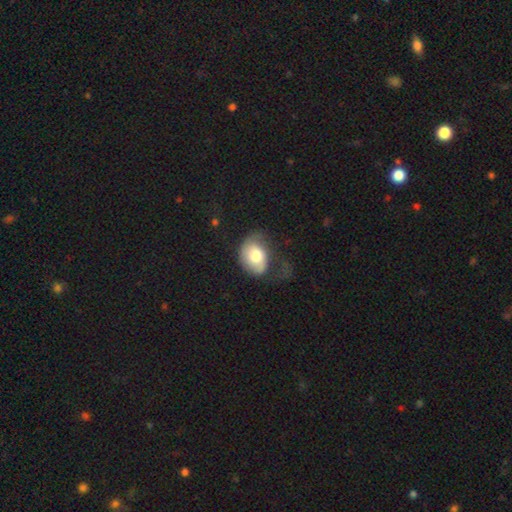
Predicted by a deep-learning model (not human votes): Smooth or featured? Predicted: smooth (p=0.68). How rounded? Predicted: in between (p=0.70). Merging? Predicted: major disturbance (p=0.38).